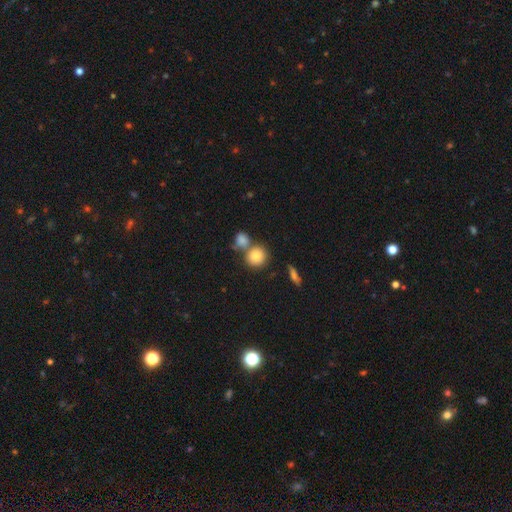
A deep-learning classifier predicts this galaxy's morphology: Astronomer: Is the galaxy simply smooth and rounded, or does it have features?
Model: smooth — 83%.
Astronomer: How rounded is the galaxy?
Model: round — 83%.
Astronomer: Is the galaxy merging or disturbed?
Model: none — 49% (runner-up: merger, 38%).